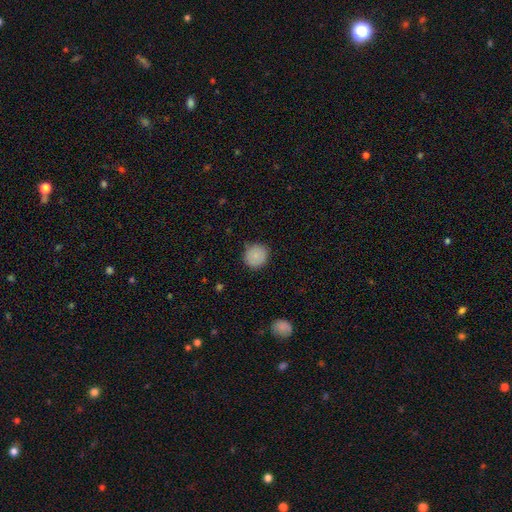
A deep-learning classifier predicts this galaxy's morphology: smooth 85%, star or artifact 9%, featured or disk 6%. Down the decision tree: how rounded — round (90%); merging — none (81%).